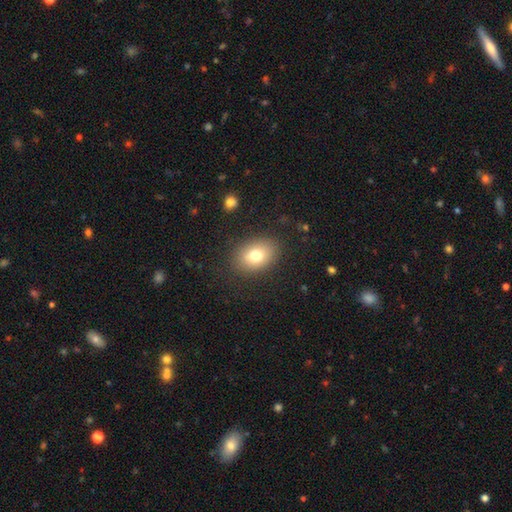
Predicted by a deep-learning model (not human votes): Overall: smooth (76%). How rounded: in between (74%). Merging: none (85%).